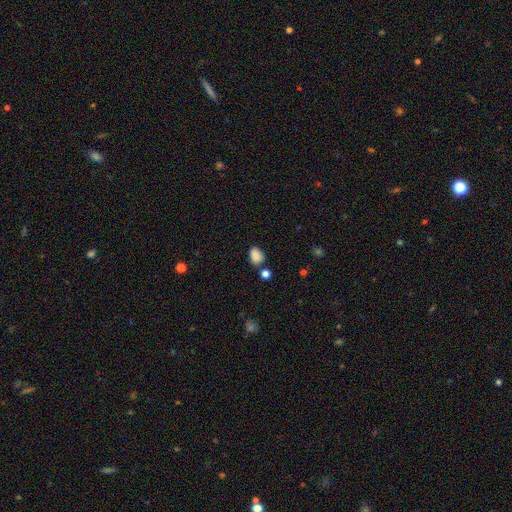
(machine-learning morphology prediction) Overall: smooth (86%). How rounded: in between (73%). Merging: none (69%).